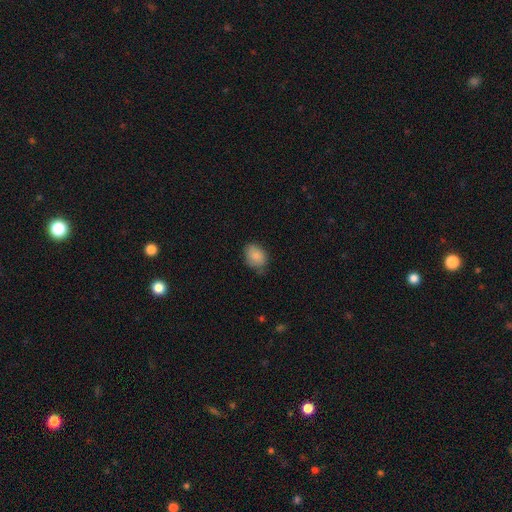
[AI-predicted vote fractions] Smooth or featured? smooth (87%)
How rounded? in between (69%)
Merging? none (66%)